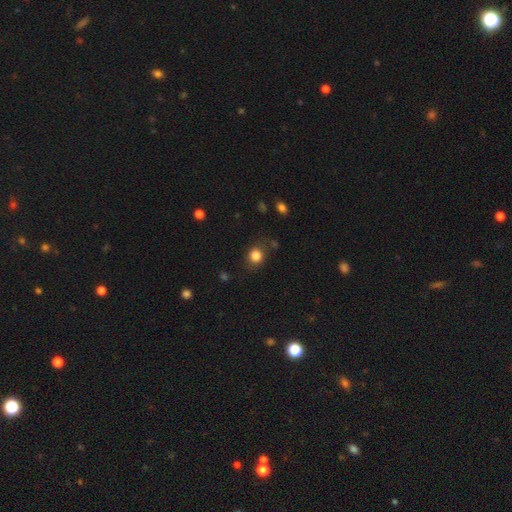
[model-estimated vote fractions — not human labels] This appears to be a smooth galaxy with no disk features (84%) that is round (74%). Merging: none (77%).